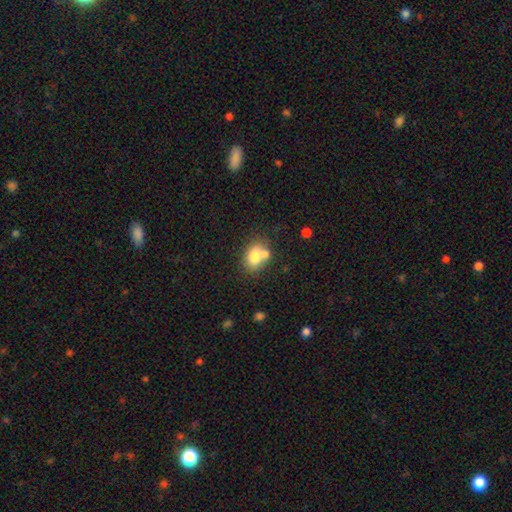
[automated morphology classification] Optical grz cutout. It shows a smooth galaxy with no disk features (77%) that is in between round and cigar-shaped (69%). Merging: none (48%).